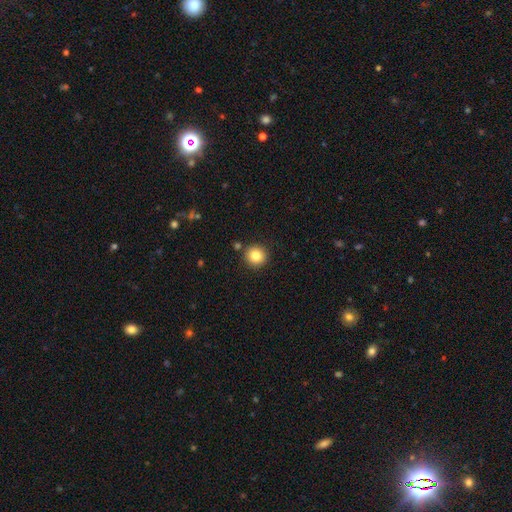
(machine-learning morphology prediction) The model was most divided on "smooth or featured": smooth: 84%, star or artifact: 10%, featured or disk: 6%. More confident: how rounded — round (92%); merging — none (87%).